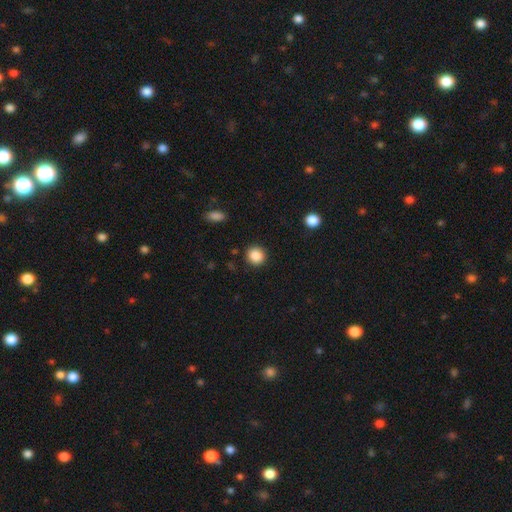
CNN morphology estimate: Overall: smooth (87%). How rounded: round (91%). Merging: none (91%).